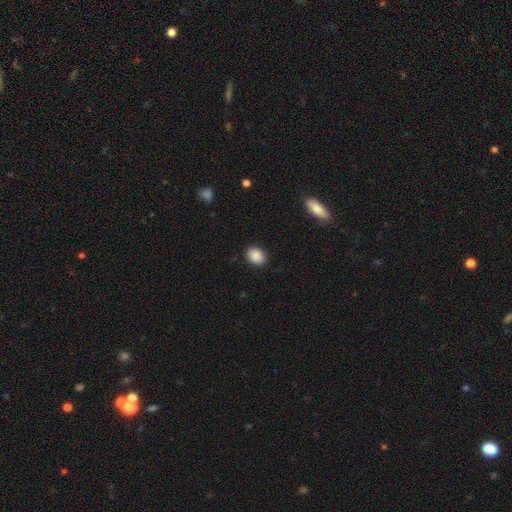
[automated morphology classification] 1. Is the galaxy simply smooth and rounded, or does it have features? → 89% smooth, 8% star or artifact, 3% featured or disk.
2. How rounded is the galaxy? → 64% in between, 34% round, 1% cigar-shaped.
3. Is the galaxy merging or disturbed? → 88% none, 9% minor disturbance, 2% major disturbance, 1% merger.